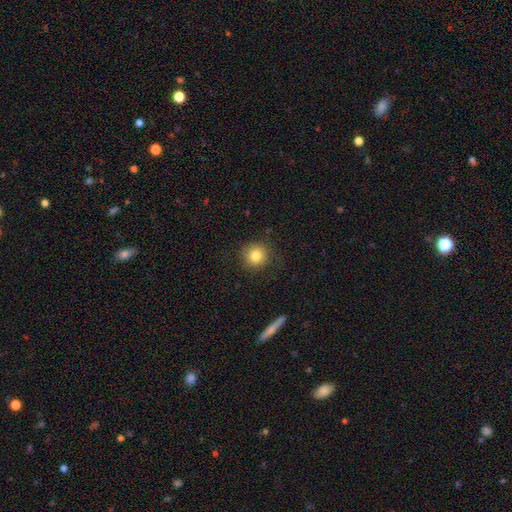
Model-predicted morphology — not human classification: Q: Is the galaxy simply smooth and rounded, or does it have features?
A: smooth — 81%.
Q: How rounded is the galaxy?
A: round — 93%.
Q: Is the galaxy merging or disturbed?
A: none — 87%.